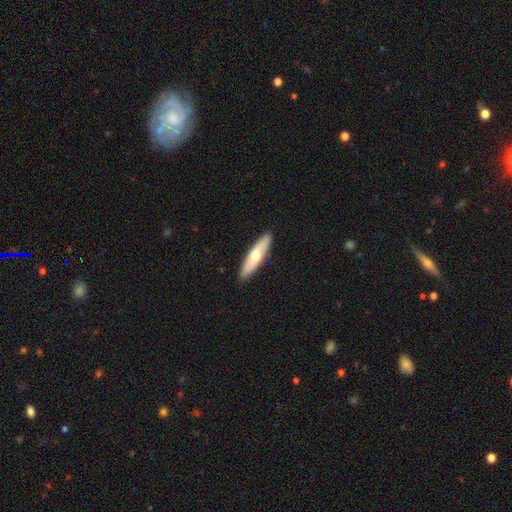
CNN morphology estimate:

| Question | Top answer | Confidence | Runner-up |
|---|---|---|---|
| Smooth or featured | smooth | 57% | featured or disk (38%) |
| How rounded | cigar-shaped | 69% | in between (29%) |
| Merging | none | 89% | minor disturbance (8%) |